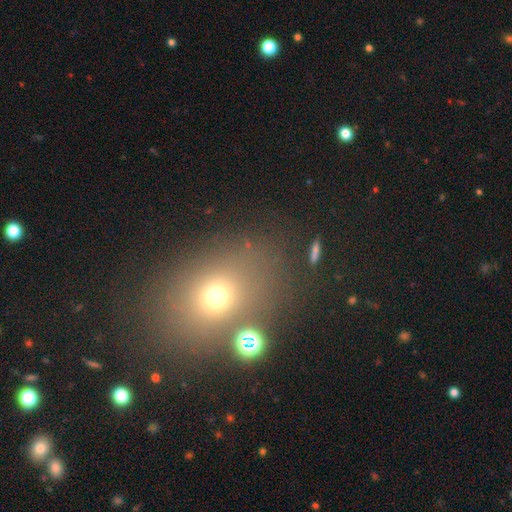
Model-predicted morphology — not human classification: A smooth galaxy with no disk features (61%) that is in between round and cigar-shaped (54%). Merging: none (76%).